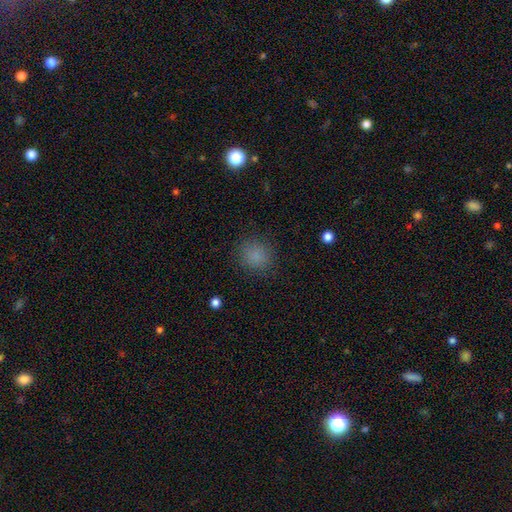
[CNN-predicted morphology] smooth 83%, star or artifact 13%, featured or disk 4%. Down the decision tree: how rounded — round (86%); merging — none (86%).